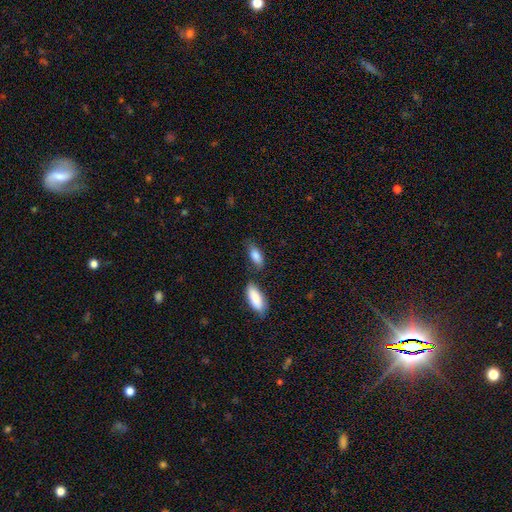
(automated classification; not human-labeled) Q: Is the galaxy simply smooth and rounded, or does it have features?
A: smooth — 85%.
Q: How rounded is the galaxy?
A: in between — 81%.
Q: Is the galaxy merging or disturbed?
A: none — 61%.